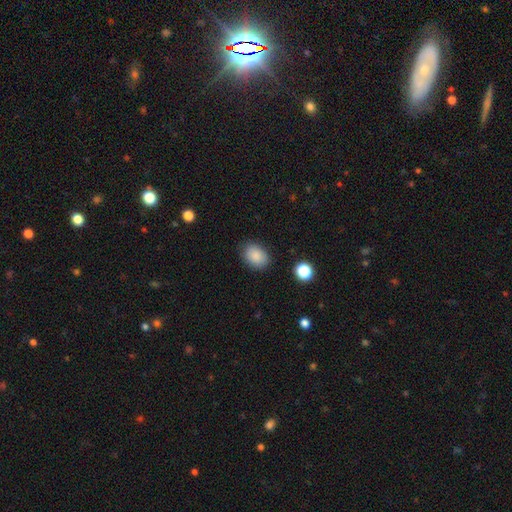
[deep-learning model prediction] This appears to be a smooth galaxy with no disk features (87%) that is in between round and cigar-shaped (76%). Merging: none (85%).